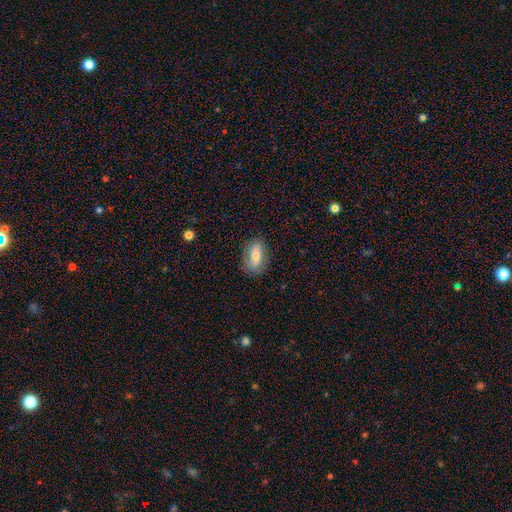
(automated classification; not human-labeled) This is possibly a smooth galaxy (58%). How rounded: clearly in between (85%). Merging: likely none (78%).